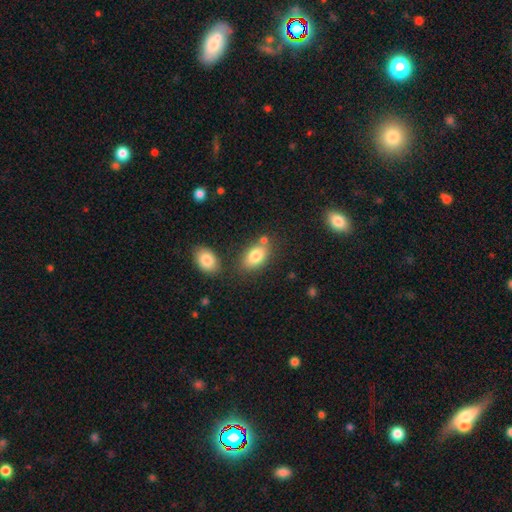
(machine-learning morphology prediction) smooth 81%, featured or disk 11%, star or artifact 8%. Down the decision tree: how rounded — in between (88%); merging — none (65%).